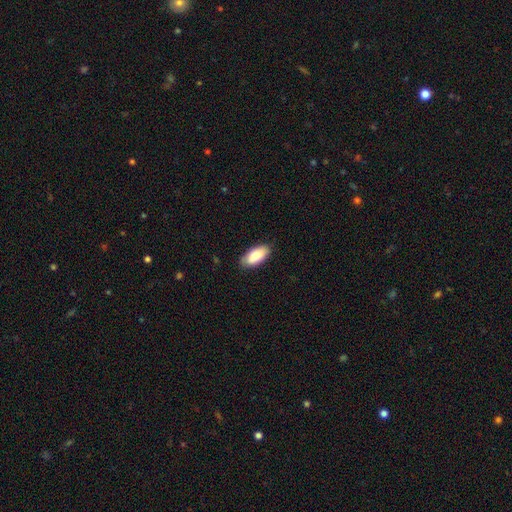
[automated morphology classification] Smooth or featured? Predicted: smooth (p=0.86). How rounded? Predicted: in between (p=0.89). Merging? Predicted: none (p=0.85).